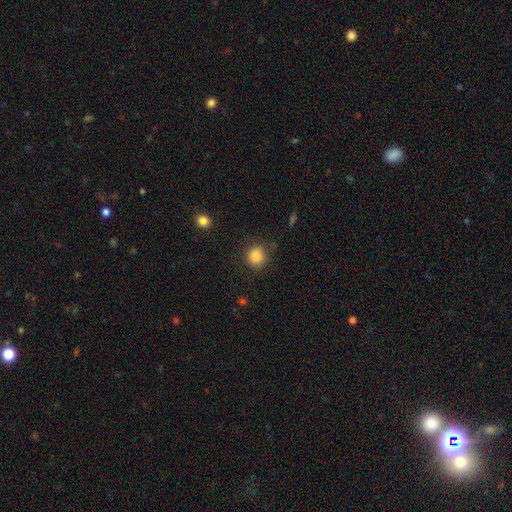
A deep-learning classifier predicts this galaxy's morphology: smooth-or-featured: smooth: 86% | star or artifact: 10% | featured or disk: 4%
  how-rounded: round: 80% | in between: 19% | cigar-shaped: 1%
  merging: none: 77% | minor disturbance: 15% | major disturbance: 5% | merger: 2%